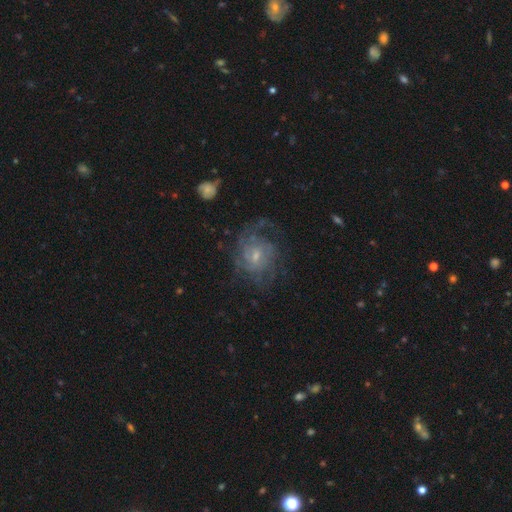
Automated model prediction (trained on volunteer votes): Smooth or featured?
  - featured or disk: 76% *
  - smooth: 15%
  - star or artifact: 9%
Edge-on disk?
  - no: 97% *
  - yes: 3%
Bar?
  - no: 51% *
  - weak: 43%
  - strong: 6%
Spiral arms?
  - yes: 87% *
  - no: 13%
Spiral winding?
  - tight: 48% *
  - medium: 35%
  - loose: 16%
Spiral arm count?
  - can't tell: 50% *
  - 2: 16%
  - 3: 13%
  - 4: 10%
  - 1: 6%
  - more than 4: 6%
Bulge size?
  - small: 62% *
  - moderate: 31%
  - none: 4%
  - large: 2%
  - dominant: 1%
Merging?
  - none: 58% *
  - major disturbance: 21%
  - minor disturbance: 19%
  - merger: 2%